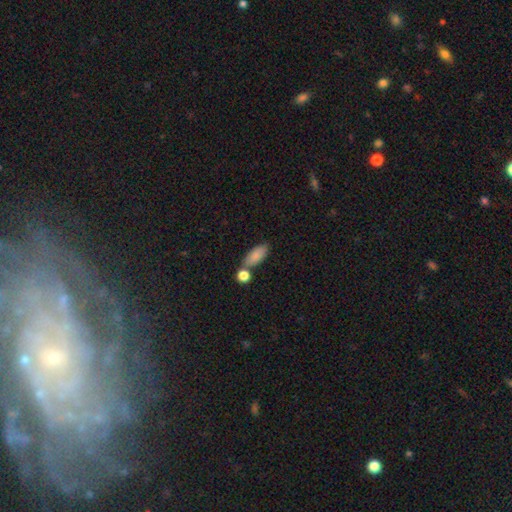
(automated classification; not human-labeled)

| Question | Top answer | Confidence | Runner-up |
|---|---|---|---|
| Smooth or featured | smooth | 83% | featured or disk (9%) |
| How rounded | in between | 84% | cigar-shaped (12%) |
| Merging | none | 61% | merger (21%) |